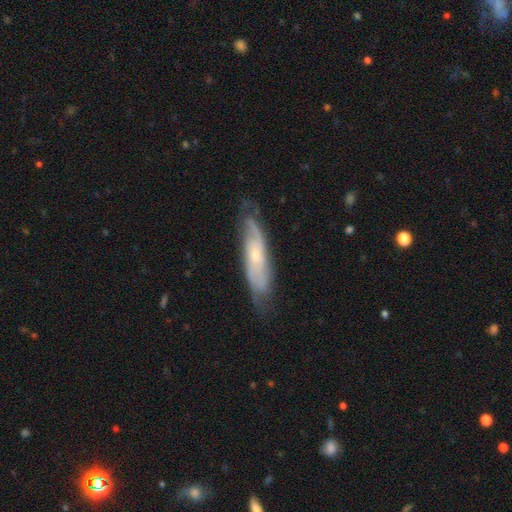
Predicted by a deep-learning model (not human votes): Smooth or featured? Predicted: featured or disk (p=0.71). Edge-on disk? Predicted: no (p=0.70). Merging? Predicted: none (p=0.72).